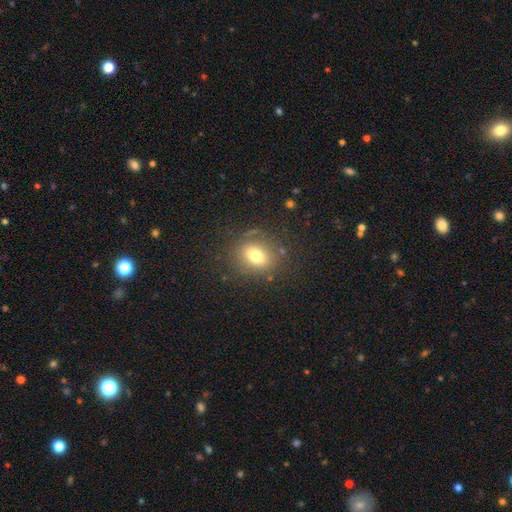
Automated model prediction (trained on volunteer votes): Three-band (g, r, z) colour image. It shows a smooth galaxy with no disk features (72%) that is round (50%). Merging: none (79%).